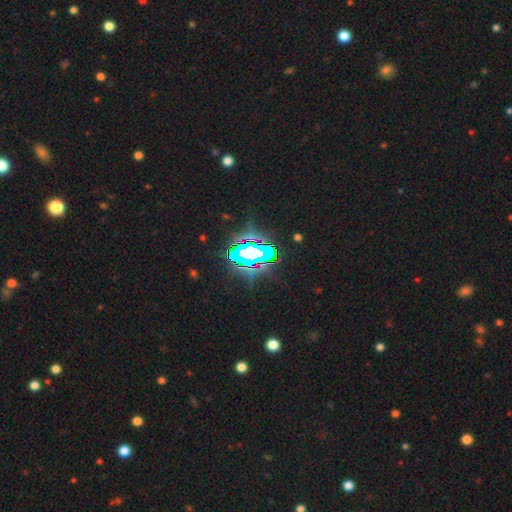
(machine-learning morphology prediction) star or artifact 67%, featured or disk 18%, smooth 15%.